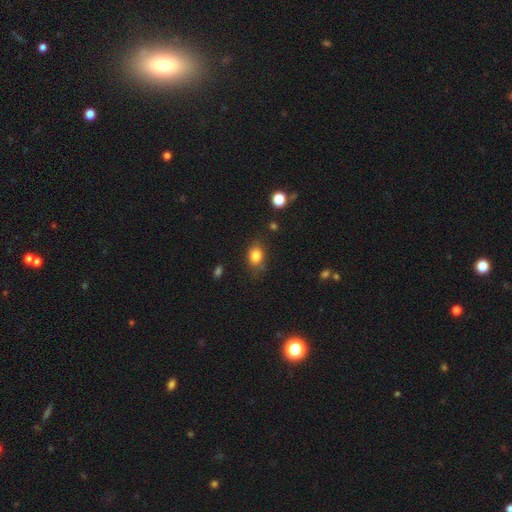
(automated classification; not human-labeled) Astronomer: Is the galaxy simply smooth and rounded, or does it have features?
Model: smooth — 83%.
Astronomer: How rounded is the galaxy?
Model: in between — 63%.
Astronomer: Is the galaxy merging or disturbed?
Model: none — 71%.